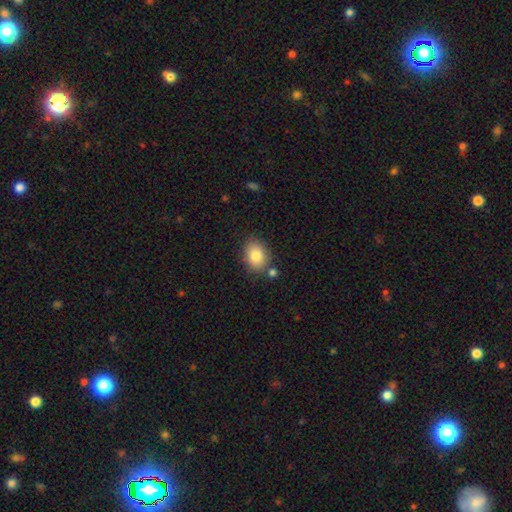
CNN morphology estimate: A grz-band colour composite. It shows a smooth galaxy with no disk features (82%) that is in between round and cigar-shaped (68%). Merging: none (77%).